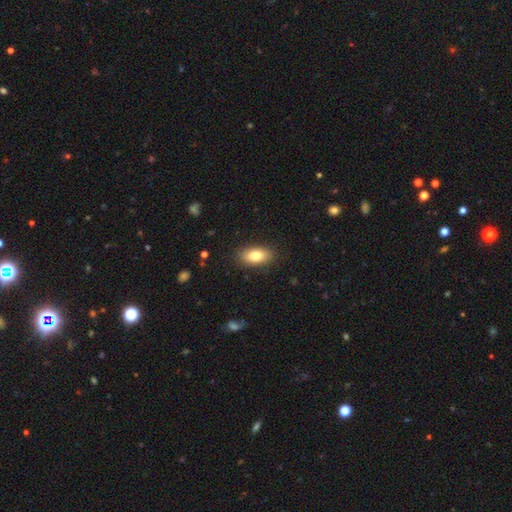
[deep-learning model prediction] Smooth or featured?
  - smooth: 80% *
  - featured or disk: 13%
  - star or artifact: 7%
How rounded?
  - in between: 89% *
  - cigar-shaped: 7%
  - round: 4%
Merging?
  - none: 87% *
  - minor disturbance: 9%
  - major disturbance: 2%
  - merger: 1%